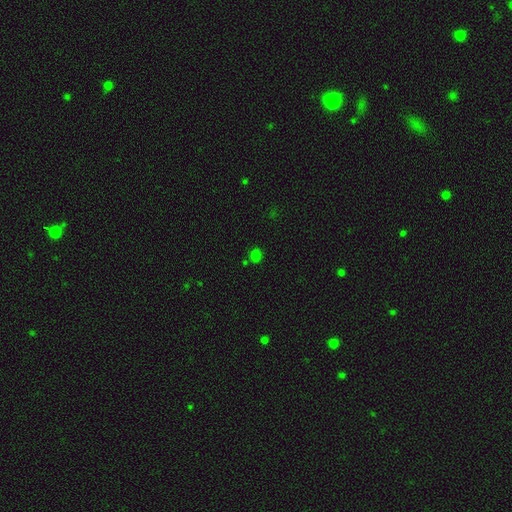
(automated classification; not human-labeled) Smooth or featured: smooth — 69% (star or artifact — 26%)
How rounded: round — 65% (in between — 34%)
Merging: none — 77% (minor disturbance — 12%)